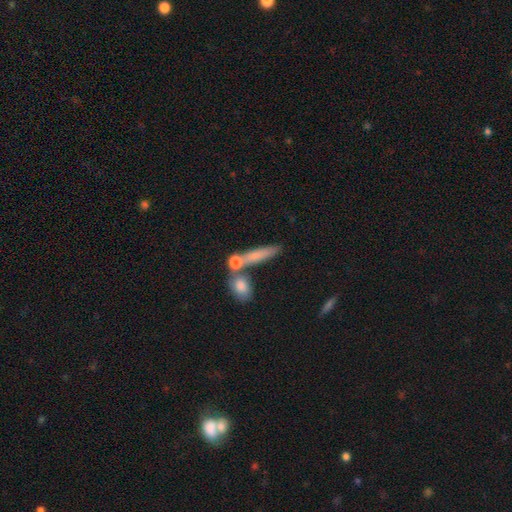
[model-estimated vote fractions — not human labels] A smooth galaxy with no disk features (69%) that is cigar-shaped (71%).

Vote fractions:
- Smooth or featured? smooth: 69% / featured or disk: 22% / star or artifact: 9%
- How rounded? cigar-shaped: 71% / in between: 20% / round: 9%
- Merging? none: 56% / merger: 26% / minor disturbance: 12% / major disturbance: 6%